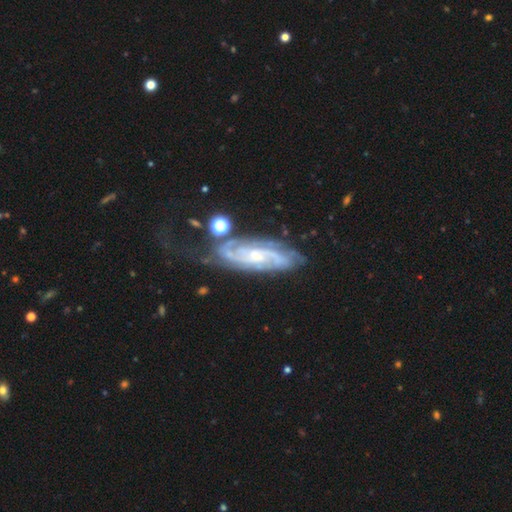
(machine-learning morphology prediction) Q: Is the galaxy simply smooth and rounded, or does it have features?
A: featured or disk — 85%.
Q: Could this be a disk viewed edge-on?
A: no — 89%.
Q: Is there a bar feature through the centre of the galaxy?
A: no — 55%.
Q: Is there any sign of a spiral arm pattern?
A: yes — 97%.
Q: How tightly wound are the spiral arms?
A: tight — 57%.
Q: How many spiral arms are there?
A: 2 — 38%.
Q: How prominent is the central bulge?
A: small — 56%.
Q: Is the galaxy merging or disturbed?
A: none — 58%.